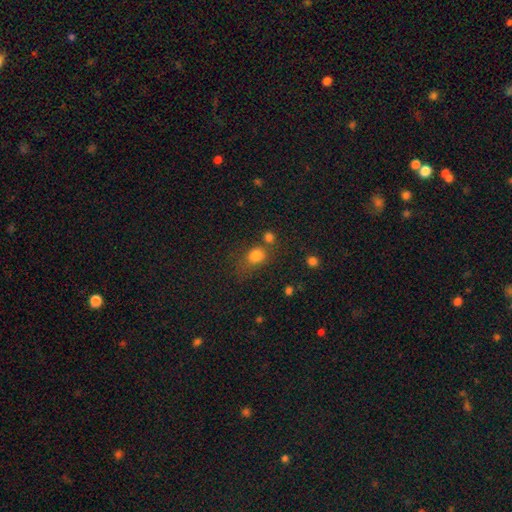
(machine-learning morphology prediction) This appears to be a smooth galaxy with no disk features (79%) that is round (62%). Merging: none (51%).